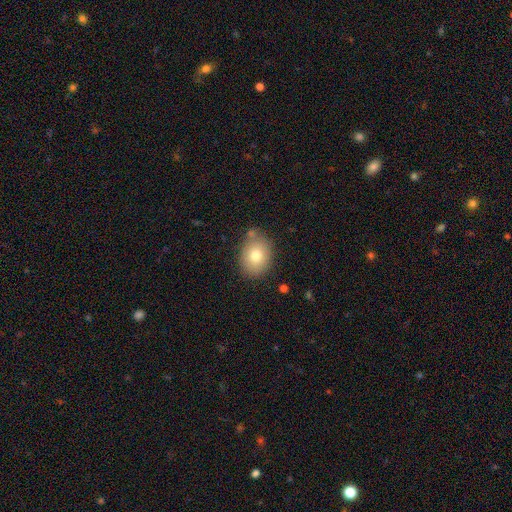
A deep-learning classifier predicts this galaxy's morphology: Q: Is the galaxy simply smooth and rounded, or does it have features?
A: smooth — 76%.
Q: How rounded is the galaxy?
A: in between — 61%.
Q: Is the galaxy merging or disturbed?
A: none — 74%.